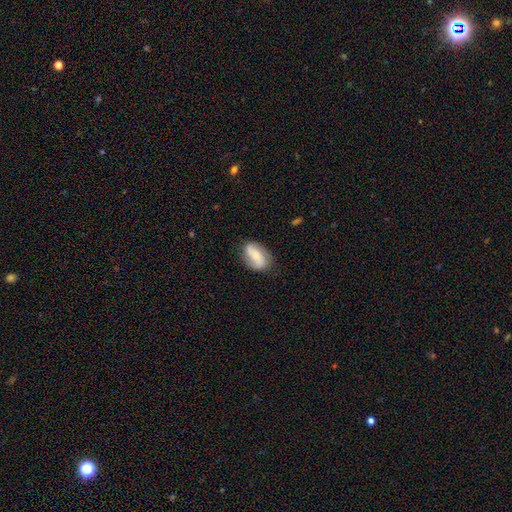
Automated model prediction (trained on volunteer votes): Smooth or featured?
  - smooth: 48% *
  - featured or disk: 45%
  - star or artifact: 7%
Merging?
  - none: 76% *
  - minor disturbance: 18%
  - major disturbance: 5%
  - merger: 1%